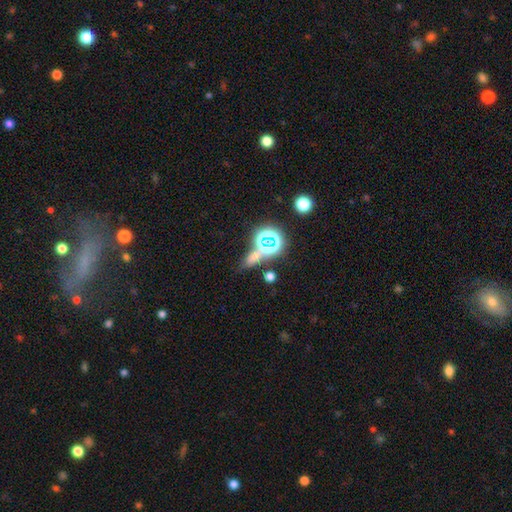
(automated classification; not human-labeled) A smooth galaxy with no disk features (48%). Merging: none (63%).